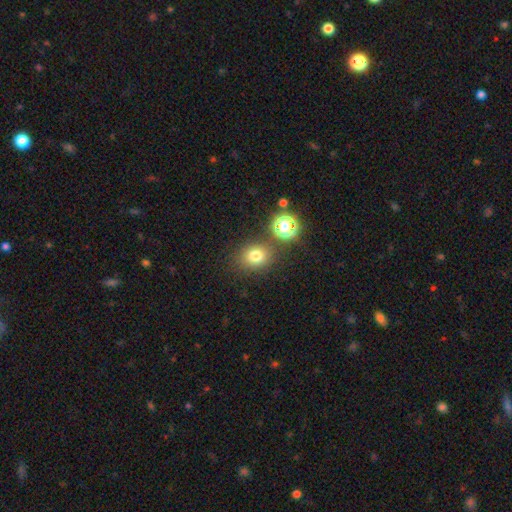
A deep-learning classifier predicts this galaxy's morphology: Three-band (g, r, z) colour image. It shows a smooth galaxy with no disk features (74%) that is round (70%). Merging: none (80%).